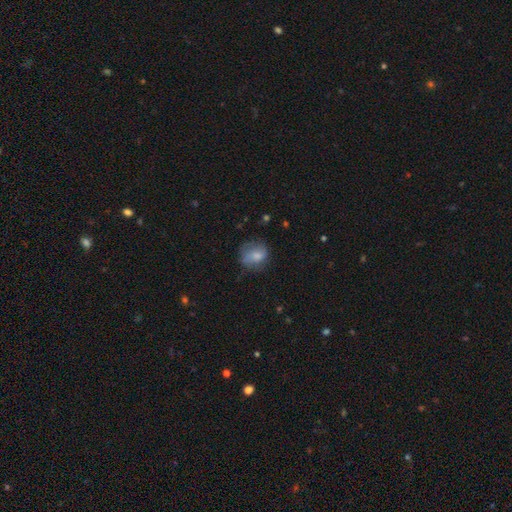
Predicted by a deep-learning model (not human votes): Smooth or featured? Predicted: smooth (p=0.68). How rounded? Predicted: round (p=0.62). Merging? Predicted: none (p=0.51).